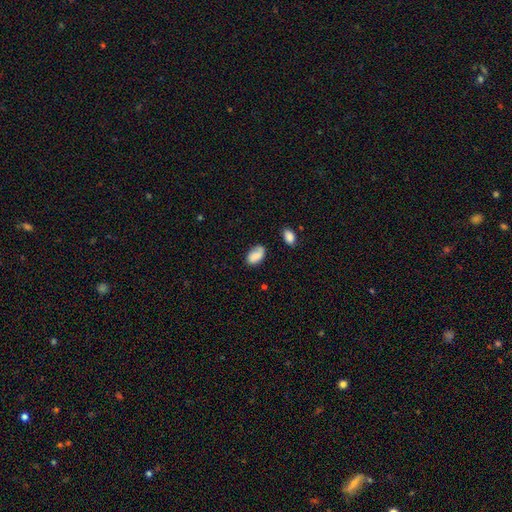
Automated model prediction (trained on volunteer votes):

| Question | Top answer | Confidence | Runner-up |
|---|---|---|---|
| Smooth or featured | smooth | 78% | featured or disk (14%) |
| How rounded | in between | 90% | round (8%) |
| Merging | none | 58% | minor disturbance (27%) |